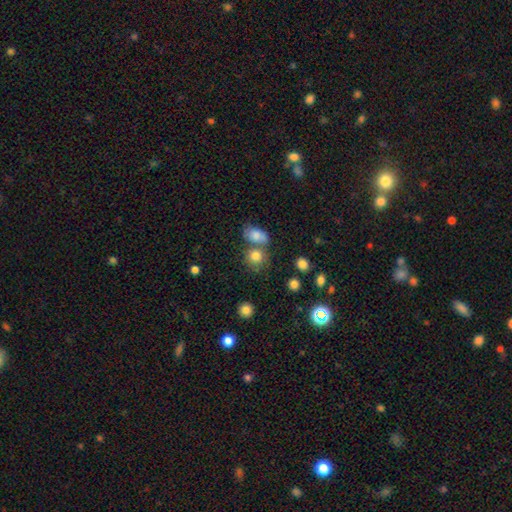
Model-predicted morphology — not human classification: type=smooth (79%); roundness=round (78%); merging=none (52%).